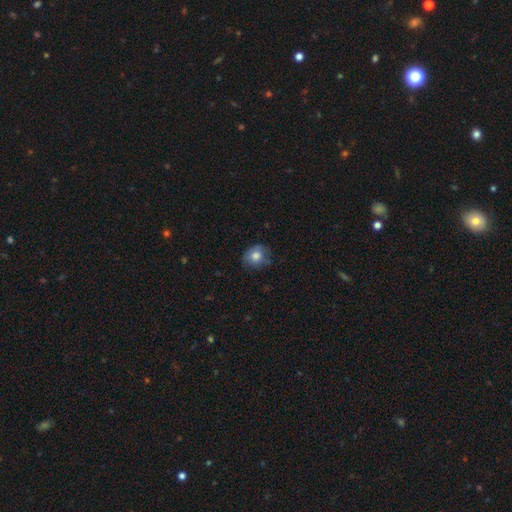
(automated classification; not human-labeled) Smooth or featured? Predicted: smooth (p=0.77). How rounded? Predicted: round (p=0.72). Merging? Predicted: none (p=0.69).